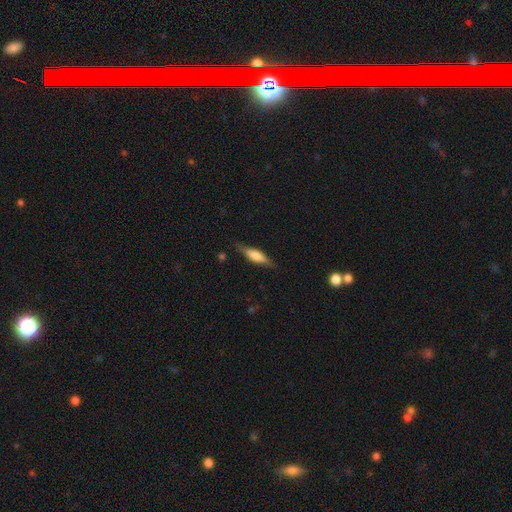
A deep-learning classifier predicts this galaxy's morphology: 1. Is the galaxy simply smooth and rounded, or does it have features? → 53% smooth, 41% featured or disk, 6% star or artifact.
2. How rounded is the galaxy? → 57% cigar-shaped, 40% in between, 2% round.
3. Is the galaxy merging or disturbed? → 81% none, 14% minor disturbance, 4% major disturbance, 1% merger.